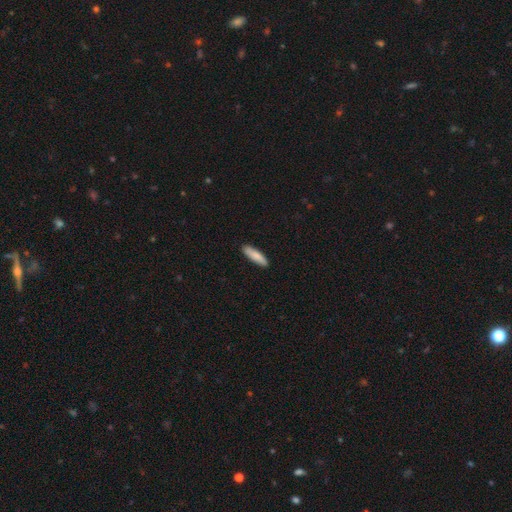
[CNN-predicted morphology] This is clearly a smooth galaxy (85%). How rounded: likely cigar-shaped (71%). Merging: clearly none (90%).